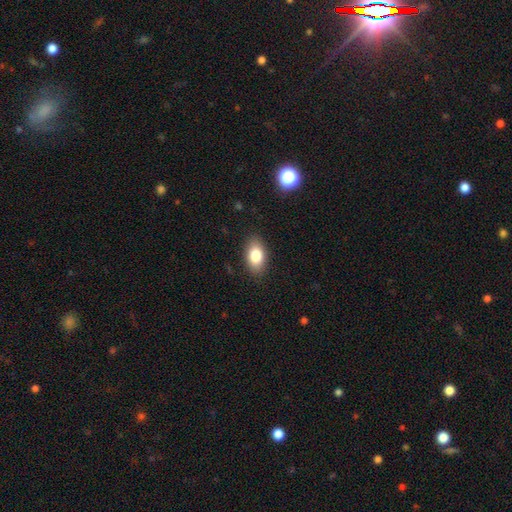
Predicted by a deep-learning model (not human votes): smooth 81%, featured or disk 11%, star or artifact 8%. Down the decision tree: how rounded — in between (90%); merging — none (87%).